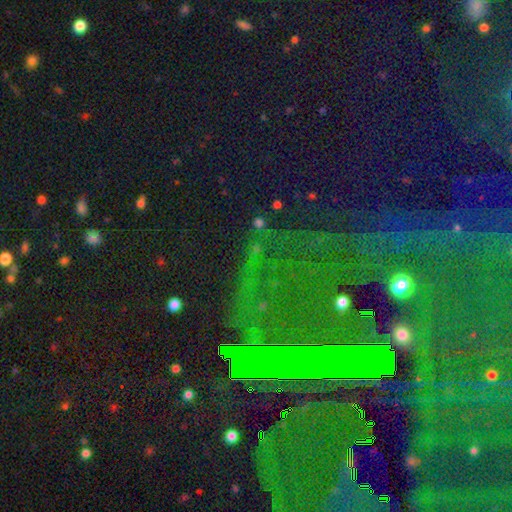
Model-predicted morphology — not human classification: Smooth or featured: star or artifact — 74% (smooth — 13%)